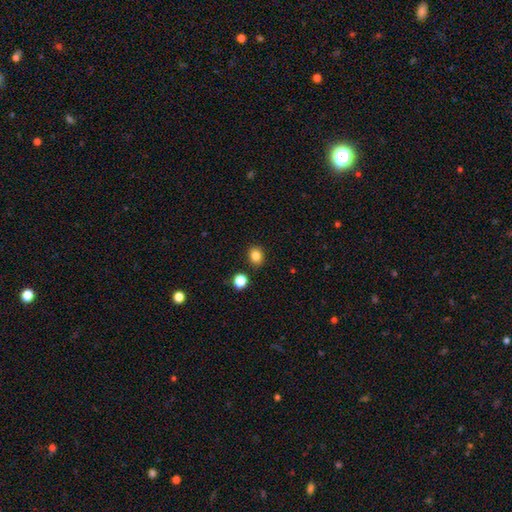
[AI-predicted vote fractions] The model was most divided on "how rounded": round: 67%, in between: 32%, cigar-shaped: 1%. More confident: merging — none (88%); smooth or featured — smooth (84%).